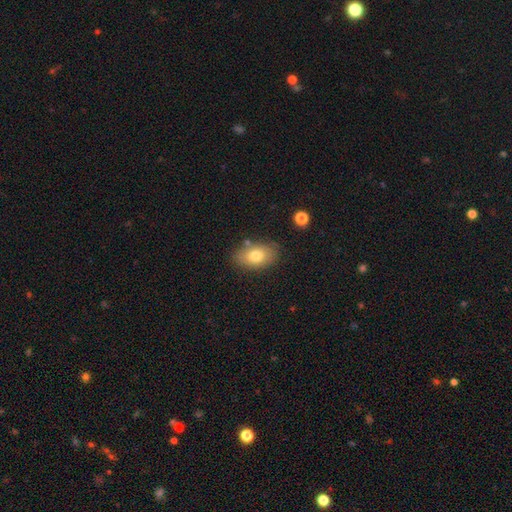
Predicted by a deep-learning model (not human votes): Q: Smooth or featured?
A: smooth (77%); runner-up: featured or disk (15%)
Q: How rounded?
A: in between (88%); runner-up: round (10%)
Q: Merging?
A: none (79%); runner-up: minor disturbance (14%)